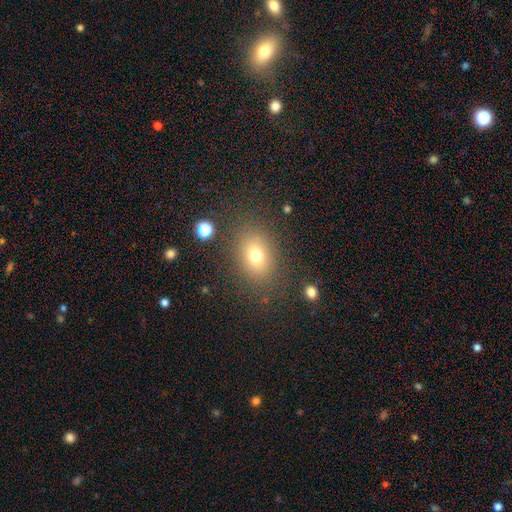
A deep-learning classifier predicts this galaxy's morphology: This appears to be a smooth galaxy with no disk features (74%) that is in between round and cigar-shaped (67%). Merging: none (82%).